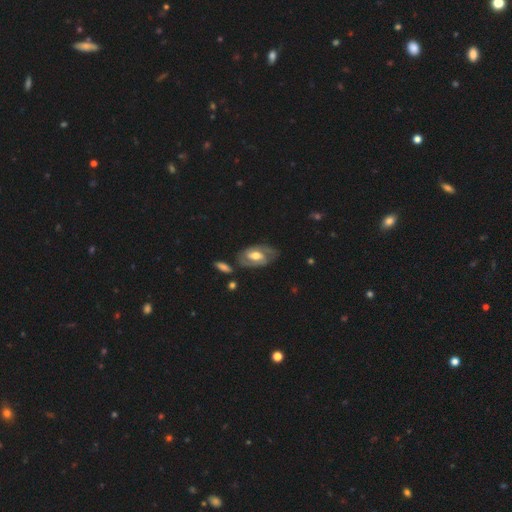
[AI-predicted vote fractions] featured or disk 74%, smooth 21%, star or artifact 5%. Down the decision tree: edge-on disk — no (94%); bar — weak (44%); spiral arms — yes (80%); spiral arm count — 2 (75%); spiral winding — medium (43%); bulge size — moderate (71%); merging — none (68%).